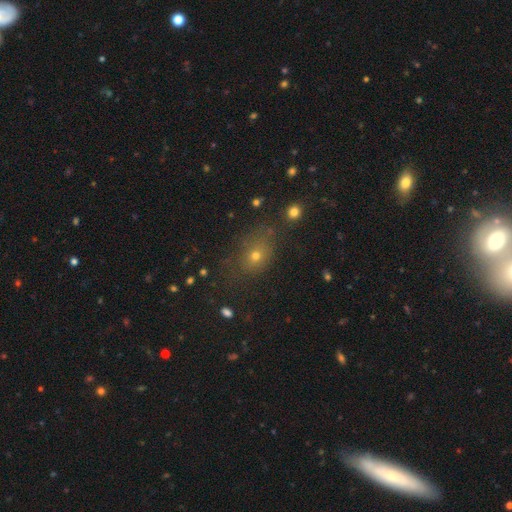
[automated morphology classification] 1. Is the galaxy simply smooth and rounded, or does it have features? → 65% smooth, 23% star or artifact, 12% featured or disk.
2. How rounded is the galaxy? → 55% in between, 43% round, 2% cigar-shaped.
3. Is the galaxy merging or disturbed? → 69% none, 18% minor disturbance, 9% major disturbance, 4% merger.